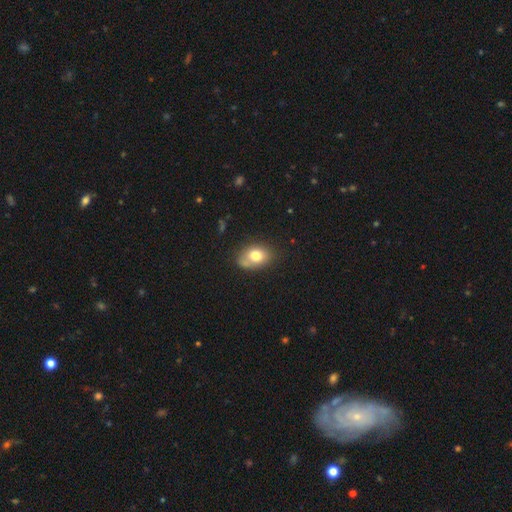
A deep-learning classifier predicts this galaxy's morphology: The model was most divided on "merging": none: 62%, minor disturbance: 25%, major disturbance: 7%, merger: 7%. More confident: how rounded — in between (76%); smooth or featured — smooth (75%).